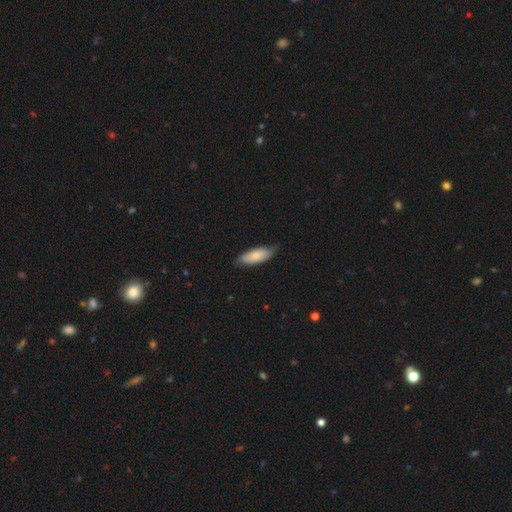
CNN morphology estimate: smooth_or_featured: smooth (p=0.80) [alt: featured or disk p=0.15]
how_rounded: in between (p=0.74) [alt: cigar-shaped p=0.25]
merging: none (p=0.79) [alt: minor disturbance p=0.18]